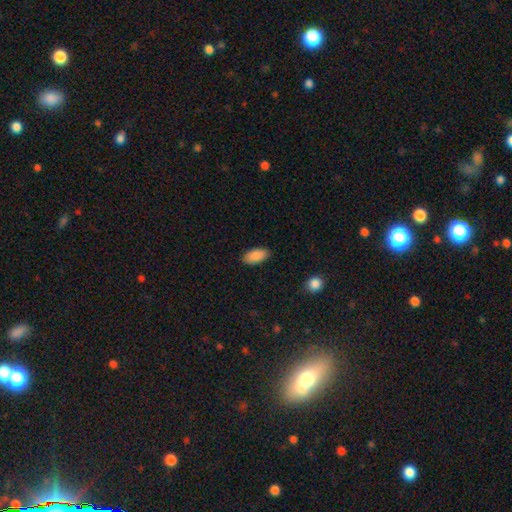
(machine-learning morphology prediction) A smooth galaxy with no disk features (90%) that is in between round and cigar-shaped (94%).

Vote fractions:
- Smooth or featured? smooth: 90% / star or artifact: 7% / featured or disk: 4%
- How rounded? in between: 94% / cigar-shaped: 3% / round: 2%
- Merging? none: 87% / minor disturbance: 10% / major disturbance: 2% / merger: 1%